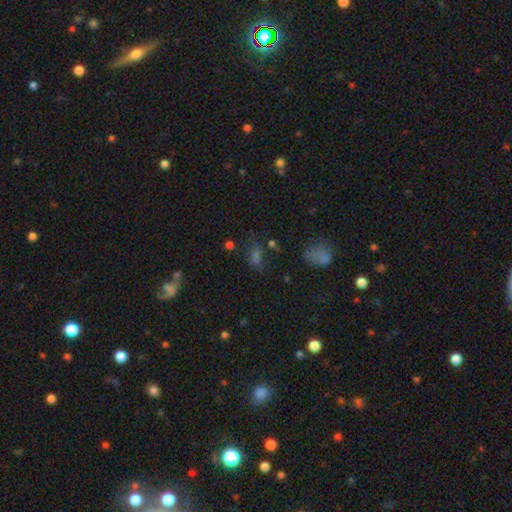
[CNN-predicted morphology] Smooth or featured? Predicted: smooth (p=0.49). Merging? Predicted: none (p=0.60).